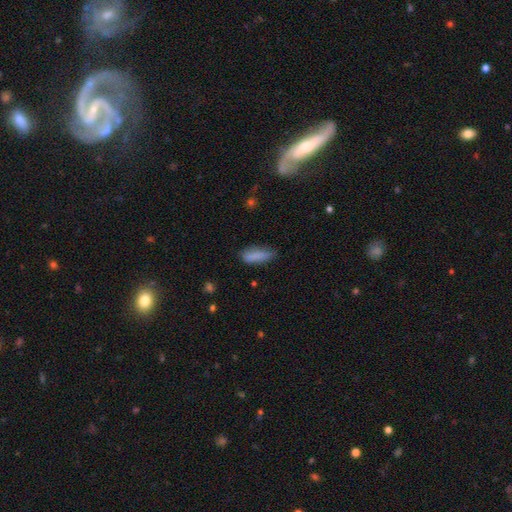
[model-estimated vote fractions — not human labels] A smooth galaxy with no disk features (84%) that is in between round and cigar-shaped (57%).

Vote fractions:
- Smooth or featured? smooth: 84% / featured or disk: 9% / star or artifact: 8%
- How rounded? in between: 57% / cigar-shaped: 41% / round: 2%
- Merging? none: 65% / minor disturbance: 27% / major disturbance: 7% / merger: 2%